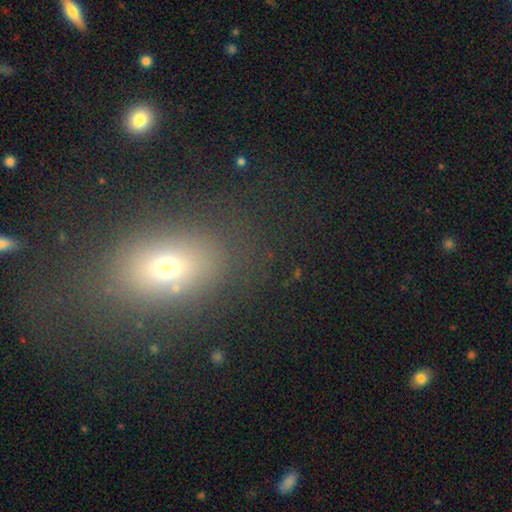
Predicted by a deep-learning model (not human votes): This appears to be a smooth galaxy with no disk features (61%) that is in between round and cigar-shaped (66%). Merging: none (75%).